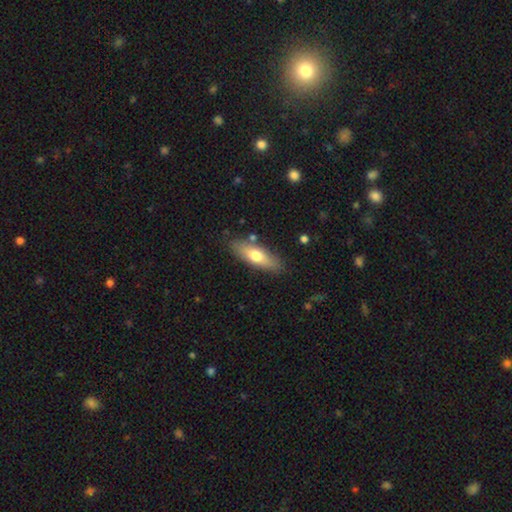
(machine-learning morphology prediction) This is likely a smooth galaxy (64%). How rounded: possibly in between (56%). Merging: clearly none (82%).